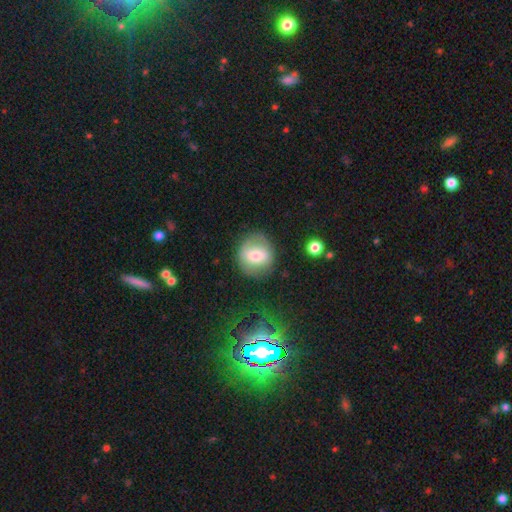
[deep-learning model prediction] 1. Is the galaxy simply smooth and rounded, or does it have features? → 64% smooth, 27% featured or disk, 9% star or artifact.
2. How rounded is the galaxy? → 81% round, 18% in between, 1% cigar-shaped.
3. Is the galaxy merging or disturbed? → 77% none, 15% minor disturbance, 6% major disturbance, 2% merger.